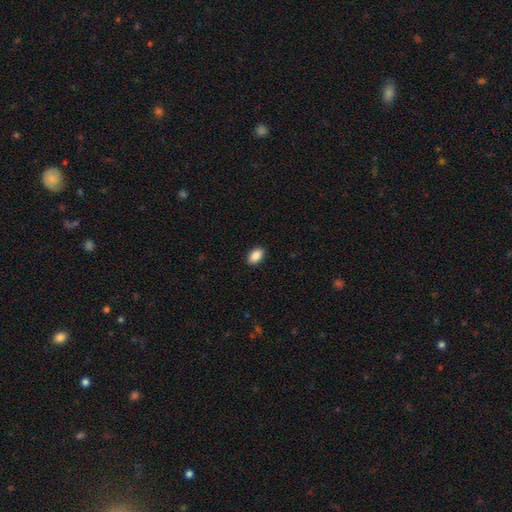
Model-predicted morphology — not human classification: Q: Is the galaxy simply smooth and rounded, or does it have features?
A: smooth — 89%.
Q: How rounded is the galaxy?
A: in between — 92%.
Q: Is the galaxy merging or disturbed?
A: none — 90%.